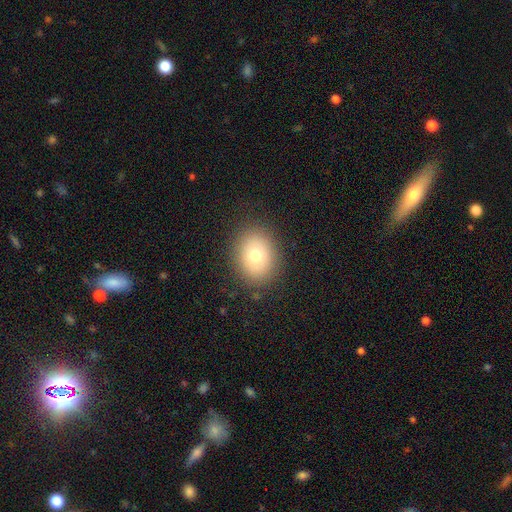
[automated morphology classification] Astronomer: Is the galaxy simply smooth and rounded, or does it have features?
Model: smooth — 75%.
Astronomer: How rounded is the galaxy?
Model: round — 50% (runner-up: in between, 49%).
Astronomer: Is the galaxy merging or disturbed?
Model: none — 86%.